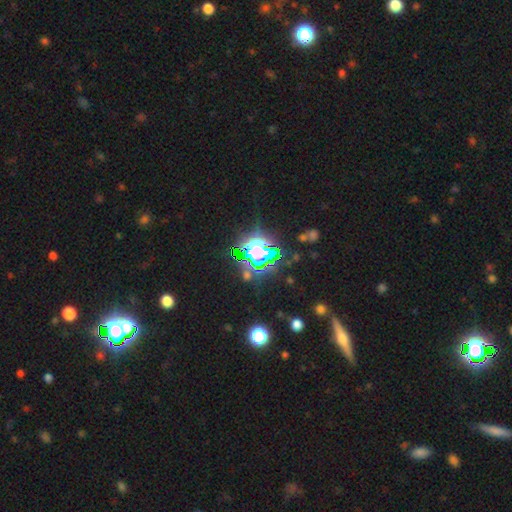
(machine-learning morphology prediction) type=star or artifact (74%).